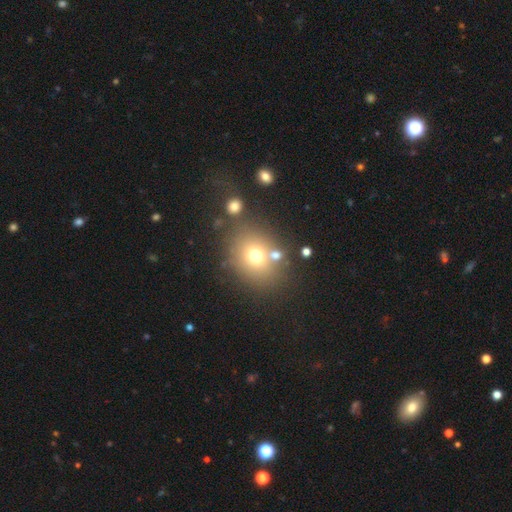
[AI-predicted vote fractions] Morphology: type=smooth (68%); roundness=round (64%); merging=none (68%).